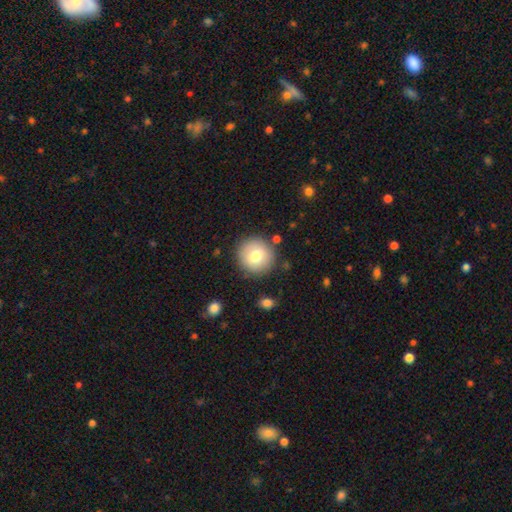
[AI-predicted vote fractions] Smooth or featured: smooth — 75% (featured or disk — 16%)
How rounded: round — 94% (in between — 5%)
Merging: none — 86% (minor disturbance — 9%)